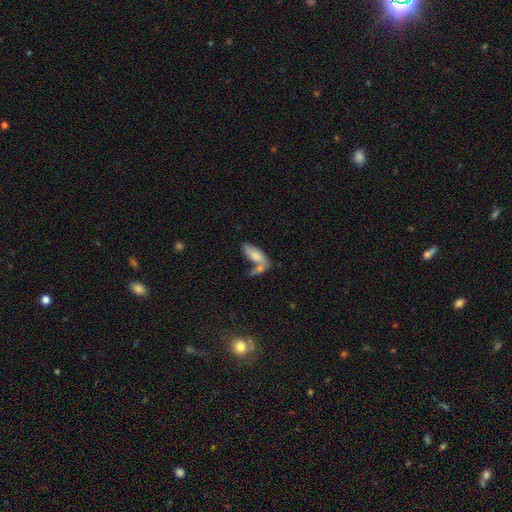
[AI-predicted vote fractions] smooth 74%, featured or disk 20%, star or artifact 7%. Down the decision tree: how rounded — in between (75%); merging — merger (44%).